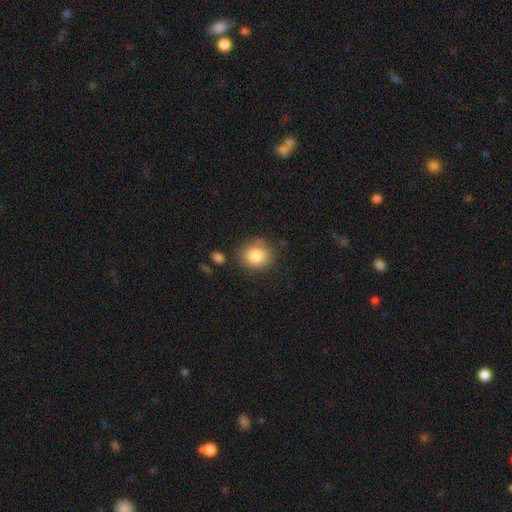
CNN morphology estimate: smooth-or-featured: smooth: 85% | star or artifact: 9% | featured or disk: 7%
  how-rounded: round: 74% | in between: 25% | cigar-shaped: 1%
  merging: none: 76% | minor disturbance: 15% | merger: 5% | major disturbance: 4%